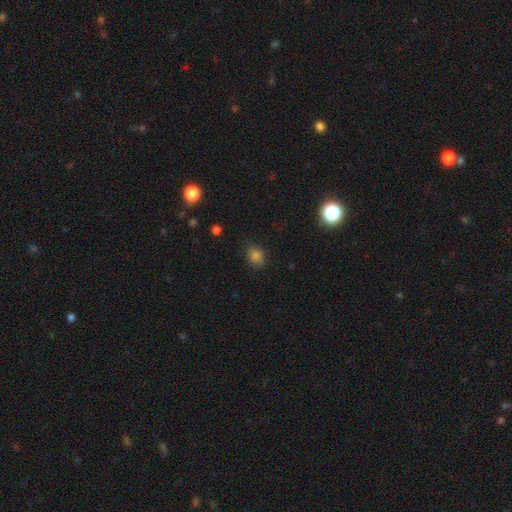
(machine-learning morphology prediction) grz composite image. It shows a smooth galaxy with no disk features (79%) that is in between round and cigar-shaped (57%). Merging: none (82%).